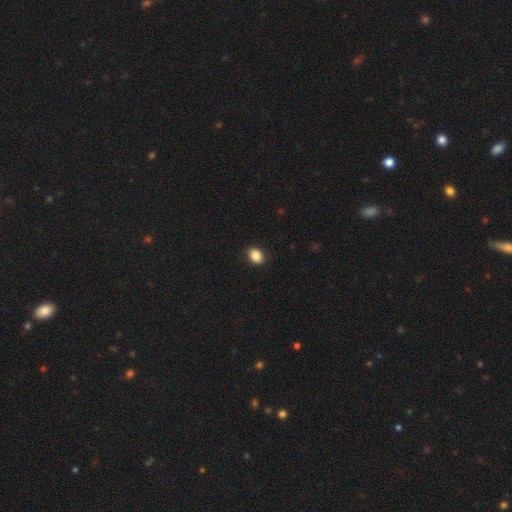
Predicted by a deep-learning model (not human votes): A smooth galaxy with no disk features (87%) that is in between round and cigar-shaped (66%).

Vote fractions:
- Smooth or featured? smooth: 87% / star or artifact: 9% / featured or disk: 4%
- How rounded? in between: 66% / round: 33% / cigar-shaped: 1%
- Merging? none: 89% / minor disturbance: 8% / major disturbance: 2% / merger: 1%